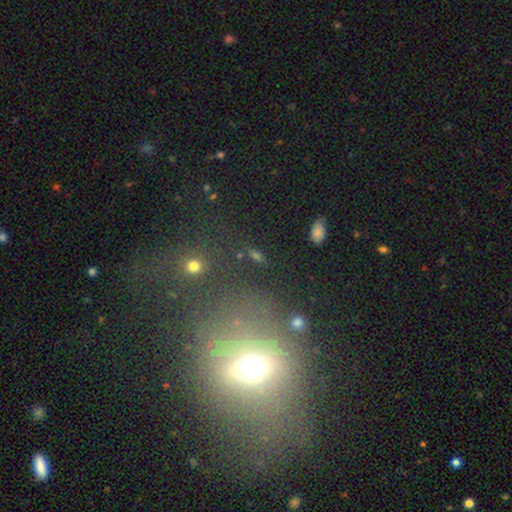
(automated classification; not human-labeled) This appears to be a smooth galaxy with no disk features (53%) that is in between round and cigar-shaped (58%). Merging: none (77%).